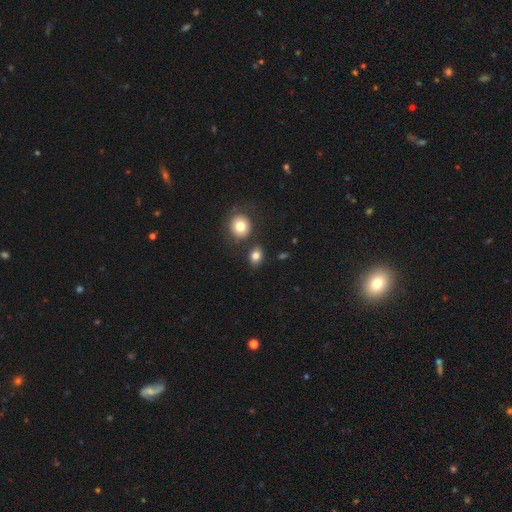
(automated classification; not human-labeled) This is clearly a smooth galaxy (81%). How rounded: possibly in between (52%). Merging: likely none (76%).